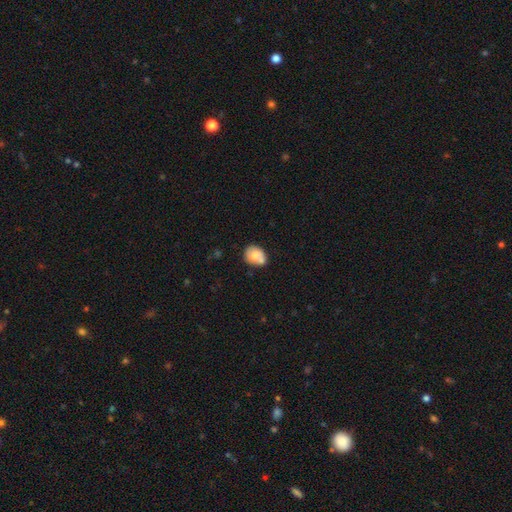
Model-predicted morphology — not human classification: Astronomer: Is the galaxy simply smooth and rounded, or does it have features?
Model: smooth — 69%.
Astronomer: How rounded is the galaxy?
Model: round — 55% (runner-up: in between, 44%).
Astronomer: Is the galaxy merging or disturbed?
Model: none — 53%.